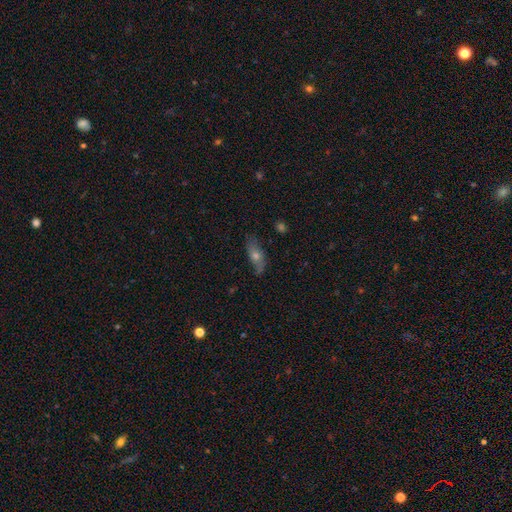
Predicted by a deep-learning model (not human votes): A featured or disk galaxy (44%, tied with smooth). Merging: none (75%).